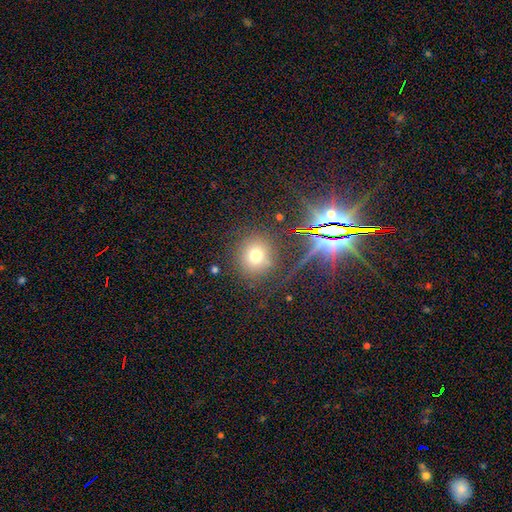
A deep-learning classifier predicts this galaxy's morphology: Overall: smooth (69%). How rounded: round (85%). Merging: none (80%).